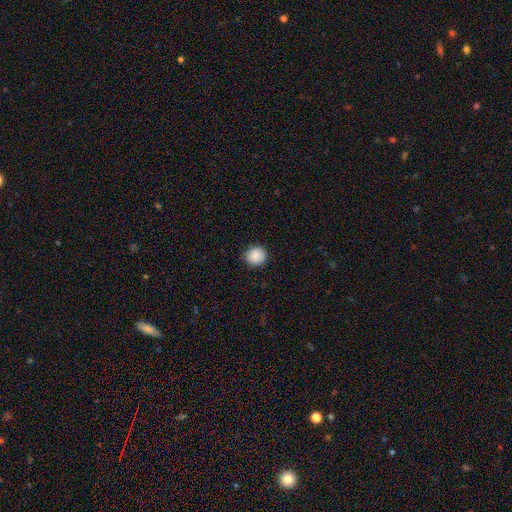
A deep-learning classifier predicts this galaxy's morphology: smooth 89%, star or artifact 8%, featured or disk 3%. Down the decision tree: how rounded — round (91%); merging — none (90%).